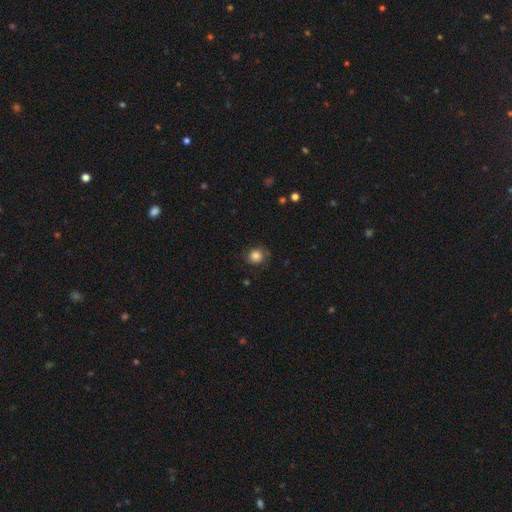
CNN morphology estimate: Smooth or featured? Predicted: smooth (p=0.80). How rounded? Predicted: round (p=0.83). Merging? Predicted: none (p=0.77).